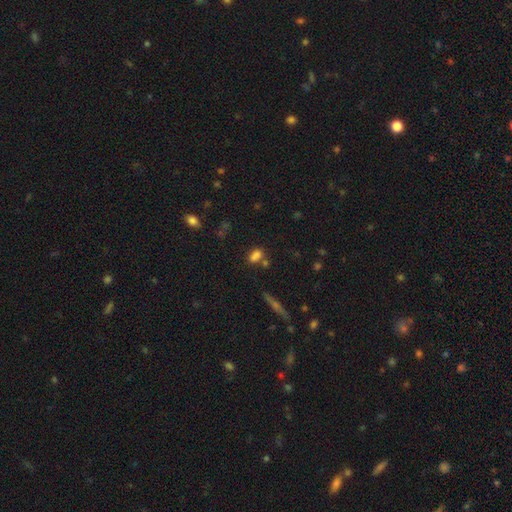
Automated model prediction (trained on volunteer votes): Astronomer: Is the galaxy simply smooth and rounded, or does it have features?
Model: smooth — 75%.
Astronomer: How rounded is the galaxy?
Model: in between — 79%.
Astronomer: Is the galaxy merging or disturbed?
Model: none — 55%.